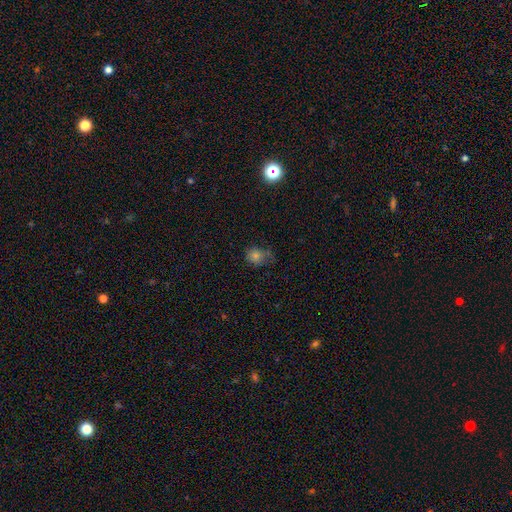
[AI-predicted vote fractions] Overall: smooth (73%). How rounded: round (76%). Merging: none (53%; minor disturbance 30%).